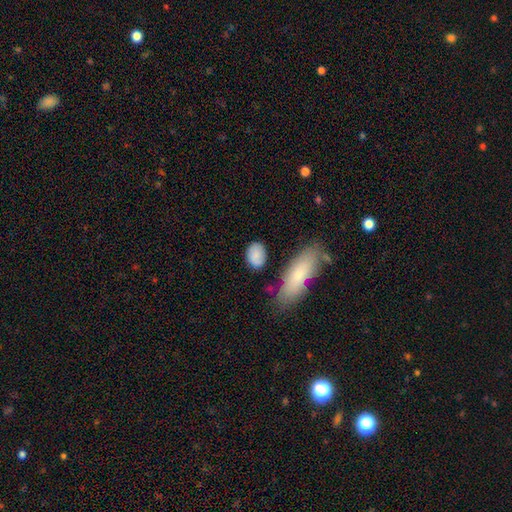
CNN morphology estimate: This appears to be a smooth galaxy with no disk features (82%) that is in between round and cigar-shaped (76%). Merging: none (74%).